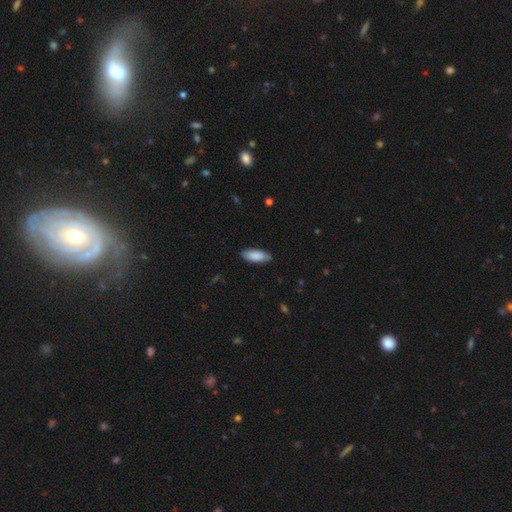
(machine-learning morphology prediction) This is clearly a smooth galaxy (88%). How rounded: likely in between (78%). Merging: clearly none (85%).